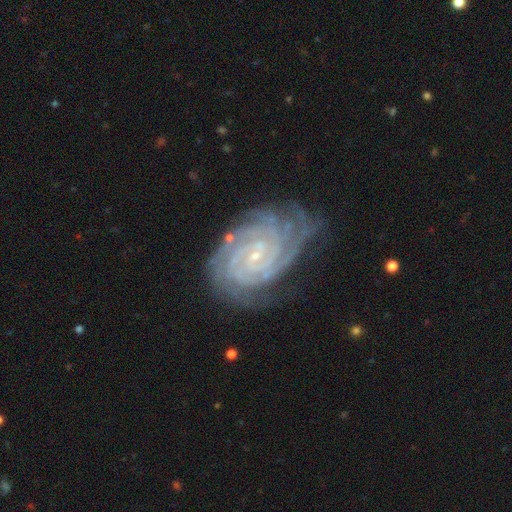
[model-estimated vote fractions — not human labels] Smooth or featured: featured or disk — 91% (star or artifact — 5%)
Edge-on disk: no — 97% (yes — 3%)
Bar: no — 48% (weak — 36%)
Spiral arms: yes — 99% (no — 1%)
Spiral winding: tight — 85% (medium — 13%)
Spiral arm count: 4 — 27% (can't tell — 18%)
Bulge size: small — 85% (moderate — 10%)
Merging: none — 71% (minor disturbance — 21%)